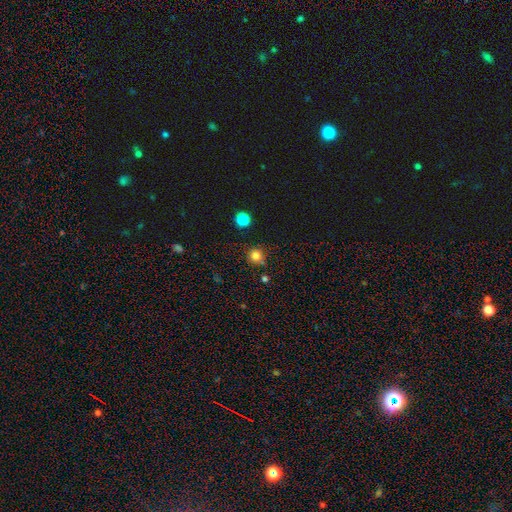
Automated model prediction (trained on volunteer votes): Q: Smooth or featured?
A: smooth (81%); runner-up: star or artifact (15%)
Q: How rounded?
A: round (94%); runner-up: in between (5%)
Q: Merging?
A: none (82%); runner-up: minor disturbance (10%)